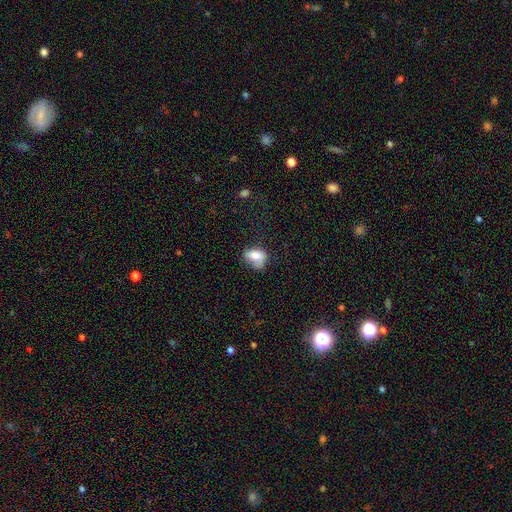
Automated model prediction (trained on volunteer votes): A smooth galaxy with no disk features (75%) that is in between round and cigar-shaped (76%). Merging: none (37%).